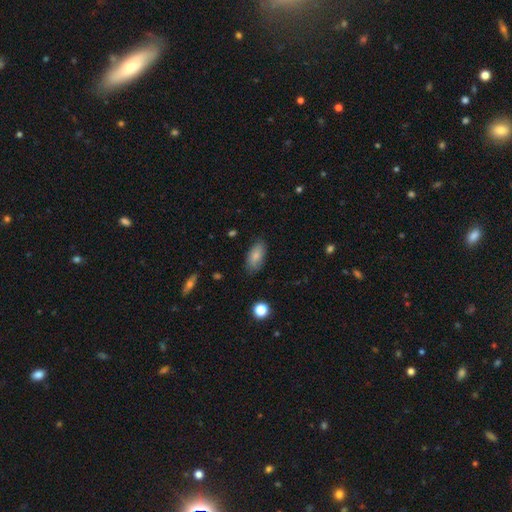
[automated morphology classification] Smooth or featured? Predicted: smooth (p=0.83). How rounded? Predicted: in between (p=0.91). Merging? Predicted: none (p=0.79).